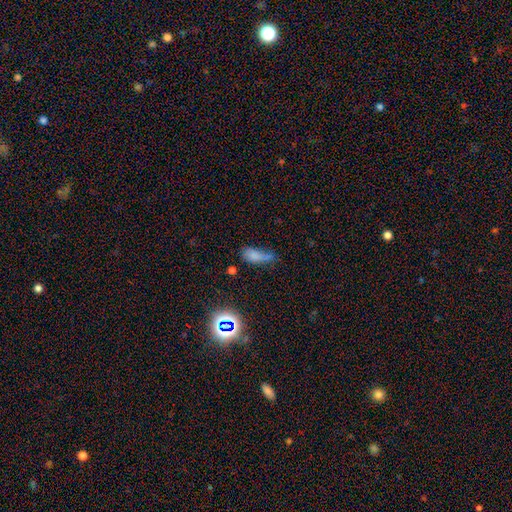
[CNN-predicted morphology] Overall: smooth (67%). How rounded: in between (73%). Merging: none (34%; minor disturbance 31%).